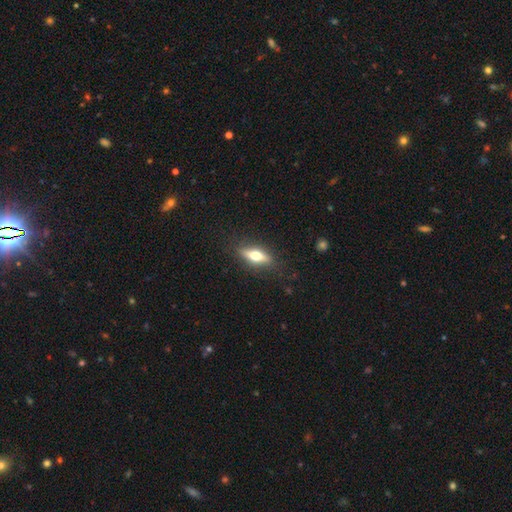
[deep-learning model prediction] The model was most divided on "smooth or featured": smooth: 48%, featured or disk: 45%, star or artifact: 7%. More confident: merging — none (85%).